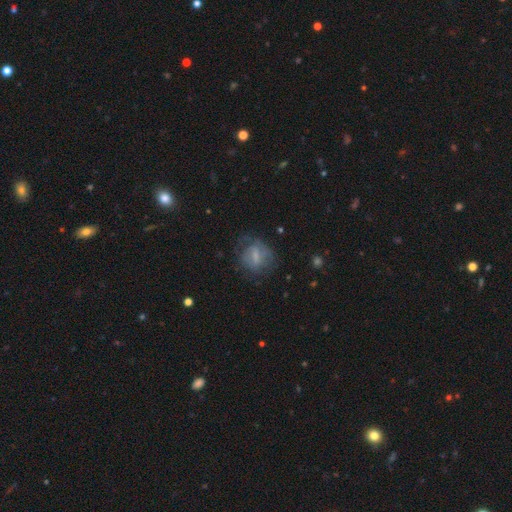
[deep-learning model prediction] Smooth or featured? smooth (47%)
Merging? none (58%)